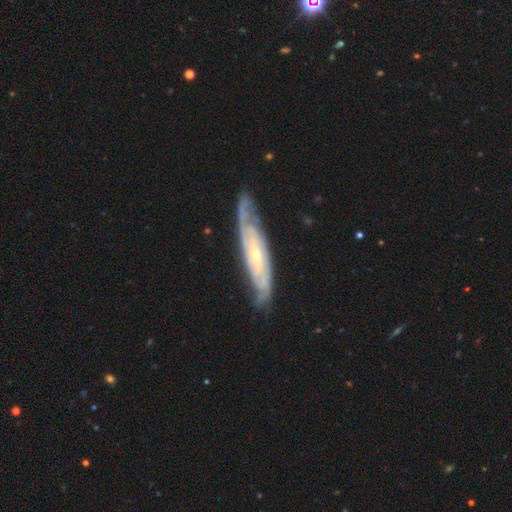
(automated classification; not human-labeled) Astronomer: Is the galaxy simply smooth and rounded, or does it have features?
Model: featured or disk — 84%.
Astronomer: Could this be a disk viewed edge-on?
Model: no — 75%.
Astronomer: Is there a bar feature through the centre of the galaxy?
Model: no — 57% (runner-up: weak, 32%).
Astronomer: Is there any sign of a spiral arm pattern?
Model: yes — 95%.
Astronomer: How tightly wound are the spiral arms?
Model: tight — 66%.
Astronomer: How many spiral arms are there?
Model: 2 — 42% (runner-up: can't tell, 35%).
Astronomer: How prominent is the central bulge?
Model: small — 71%.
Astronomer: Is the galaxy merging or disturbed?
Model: none — 78%.